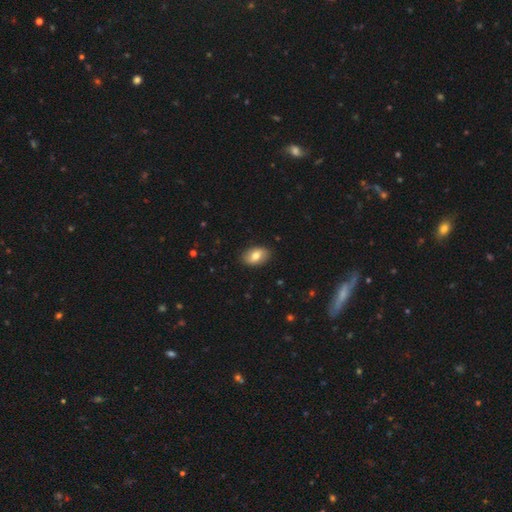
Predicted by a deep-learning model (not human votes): Overall: smooth (76%). How rounded: in between (90%). Merging: none (88%).